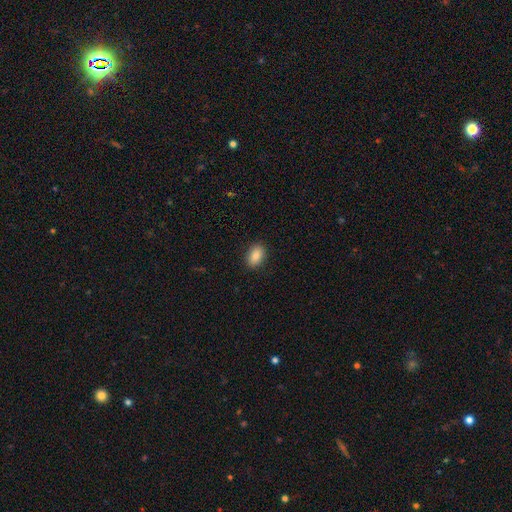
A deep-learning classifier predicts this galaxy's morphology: Overall: smooth (87%). How rounded: in between (89%). Merging: none (89%).